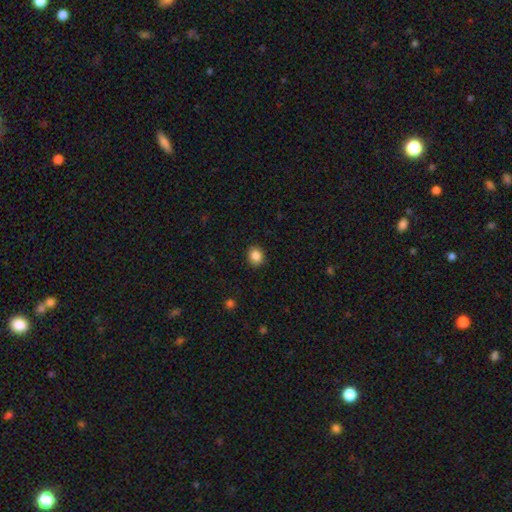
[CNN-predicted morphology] Overall: smooth (86%). How rounded: round (71%). Merging: none (91%).